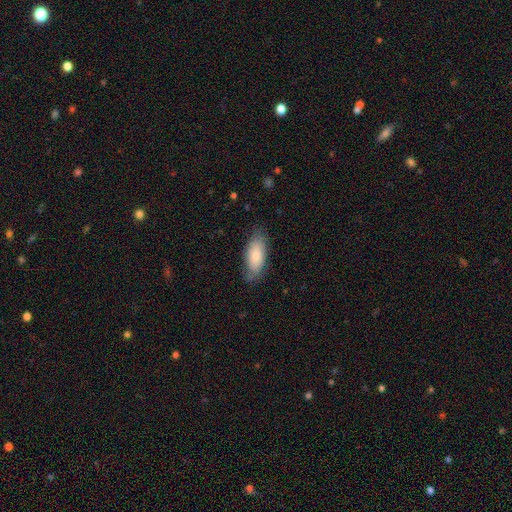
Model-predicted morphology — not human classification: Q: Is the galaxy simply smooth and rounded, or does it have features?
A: smooth — 81%.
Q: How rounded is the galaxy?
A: in between — 83%.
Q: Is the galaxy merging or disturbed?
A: none — 73%.